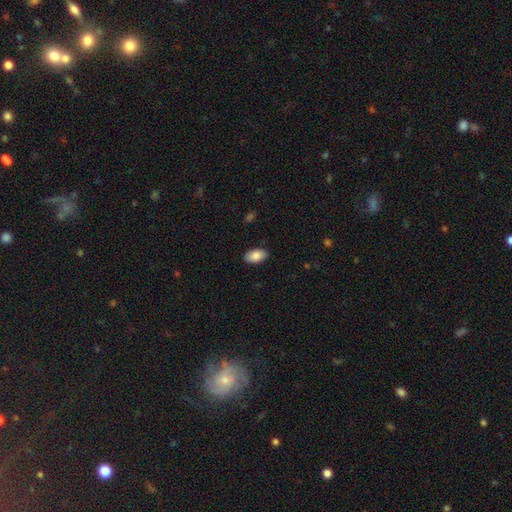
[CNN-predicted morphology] Smooth or featured?
  - smooth: 88% *
  - star or artifact: 7%
  - featured or disk: 6%
How rounded?
  - in between: 94% *
  - round: 4%
  - cigar-shaped: 2%
Merging?
  - none: 88% *
  - minor disturbance: 9%
  - major disturbance: 2%
  - merger: 1%